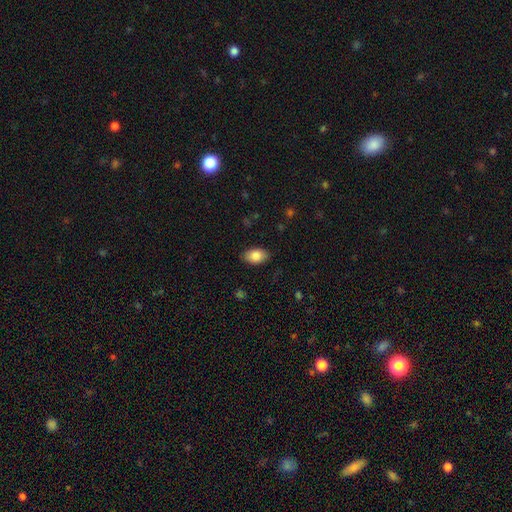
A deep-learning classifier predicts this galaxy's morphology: smooth 84%, featured or disk 9%, star or artifact 7%. Down the decision tree: how rounded — in between (91%); merging — none (86%).